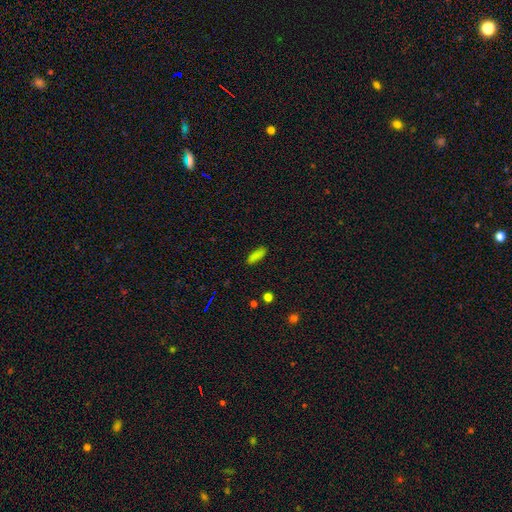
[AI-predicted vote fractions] Smooth or featured? smooth (84%)
How rounded? in between (51%)
Merging? none (86%)